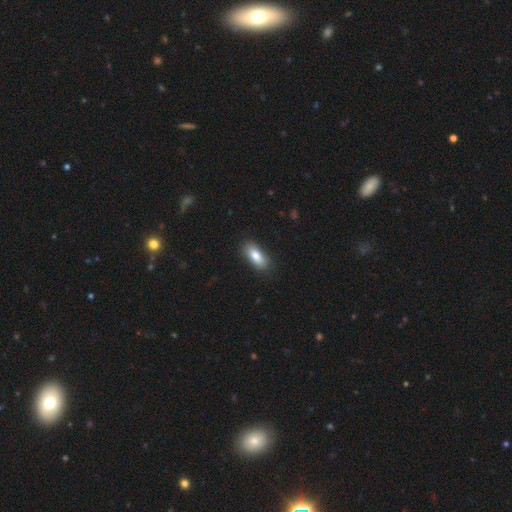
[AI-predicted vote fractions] smooth-or-featured: smooth: 83% | featured or disk: 10% | star or artifact: 7%
  how-rounded: in between: 83% | cigar-shaped: 14% | round: 3%
  merging: none: 85% | minor disturbance: 12% | major disturbance: 3% | merger: 1%